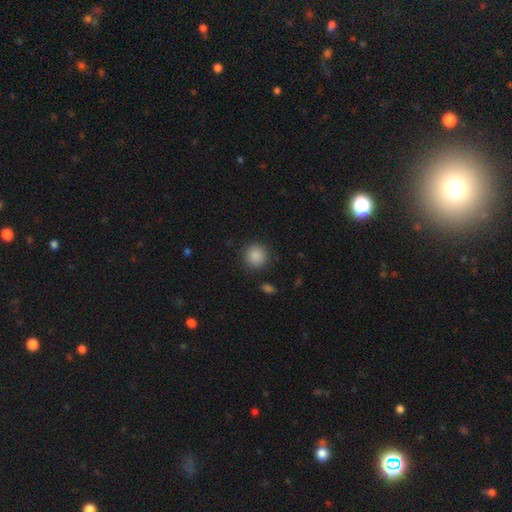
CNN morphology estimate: Smooth or featured? Predicted: smooth (p=0.88). How rounded? Predicted: round (p=0.93). Merging? Predicted: none (p=0.90).